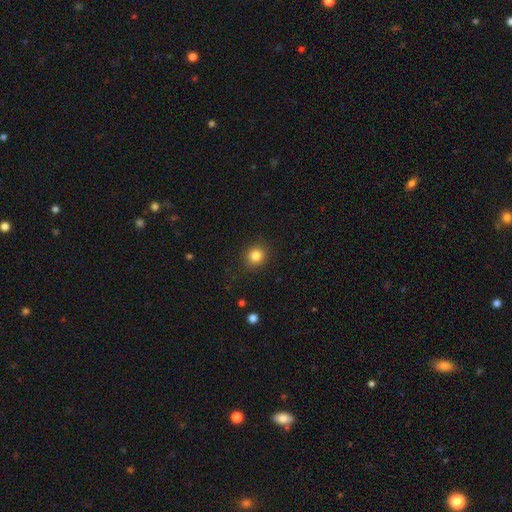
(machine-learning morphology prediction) smooth-or-featured: smooth: 83% | star or artifact: 11% | featured or disk: 5%
  how-rounded: round: 86% | in between: 13% | cigar-shaped: 1%
  merging: none: 88% | minor disturbance: 8% | major disturbance: 3% | merger: 1%